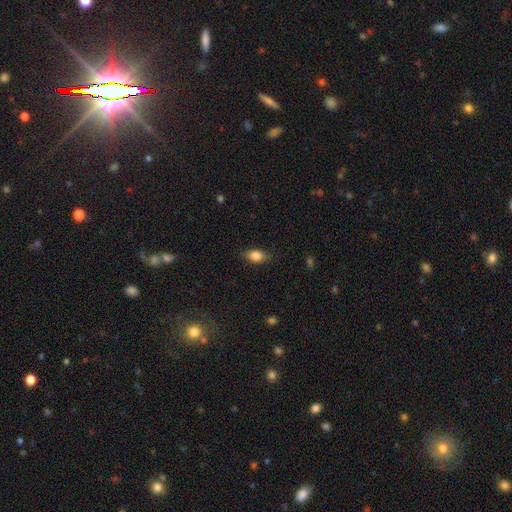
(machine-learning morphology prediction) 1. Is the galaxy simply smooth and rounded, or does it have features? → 83% smooth, 9% featured or disk, 8% star or artifact.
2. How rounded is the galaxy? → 81% in between, 15% round, 4% cigar-shaped.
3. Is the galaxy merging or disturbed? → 82% none, 14% minor disturbance, 3% major disturbance, 1% merger.